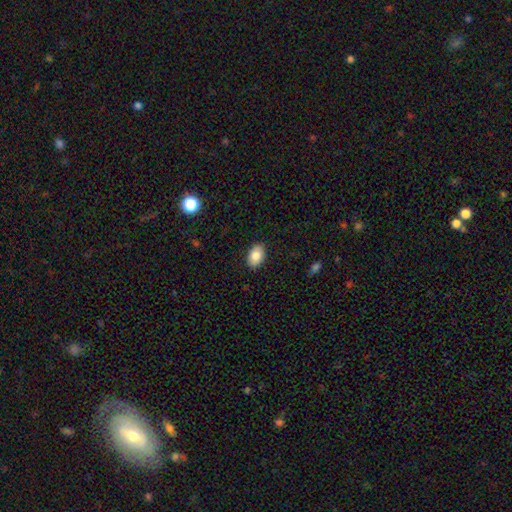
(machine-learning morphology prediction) smooth 84%, featured or disk 9%, star or artifact 7%. Down the decision tree: how rounded — in between (89%); merging — none (89%).